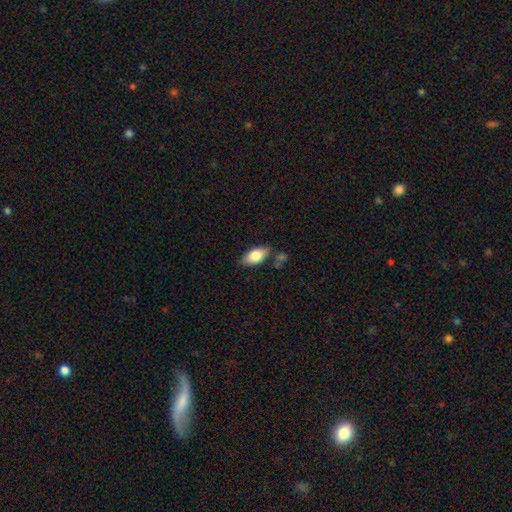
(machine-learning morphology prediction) Q: Smooth or featured?
A: smooth (81%); runner-up: featured or disk (12%)
Q: How rounded?
A: in between (92%); runner-up: cigar-shaped (4%)
Q: Merging?
A: none (73%); runner-up: minor disturbance (16%)